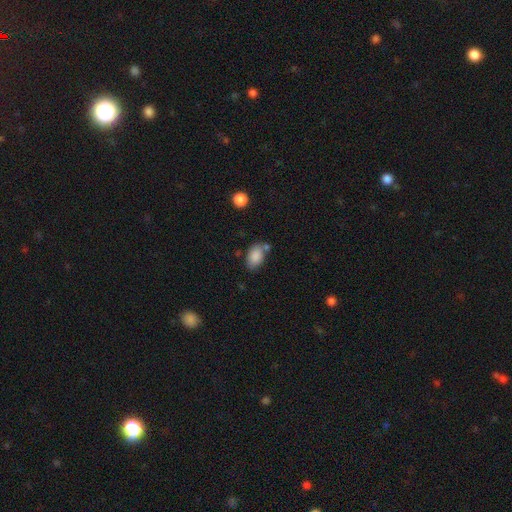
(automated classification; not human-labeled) smooth 86%, star or artifact 8%, featured or disk 6%. Down the decision tree: how rounded — in between (88%); merging — none (58%).